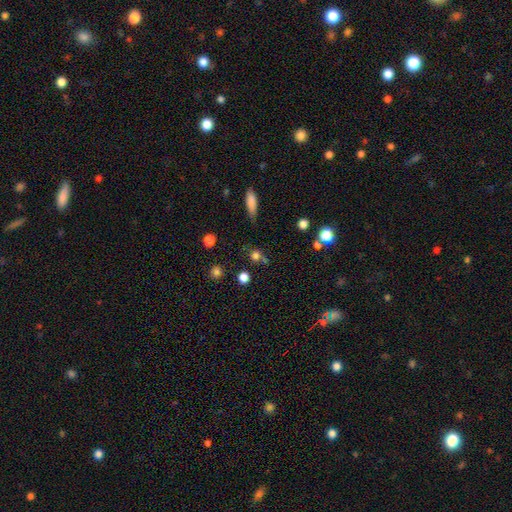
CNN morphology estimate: Smooth or featured? smooth (74%)
How rounded? round (85%)
Merging? none (65%)